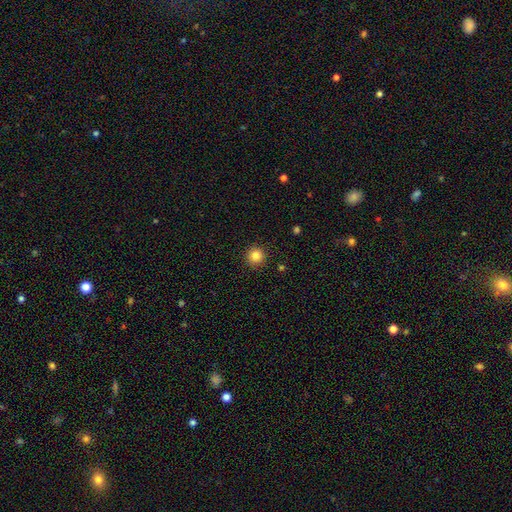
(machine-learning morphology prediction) Smooth or featured: smooth — 84% (star or artifact — 11%)
How rounded: round — 95% (in between — 4%)
Merging: none — 92% (minor disturbance — 5%)